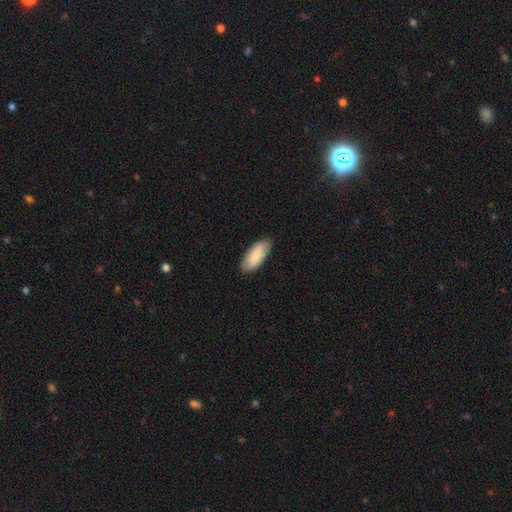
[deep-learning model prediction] A smooth galaxy with no disk features (84%) that is in between round and cigar-shaped (84%). Merging: none (85%).